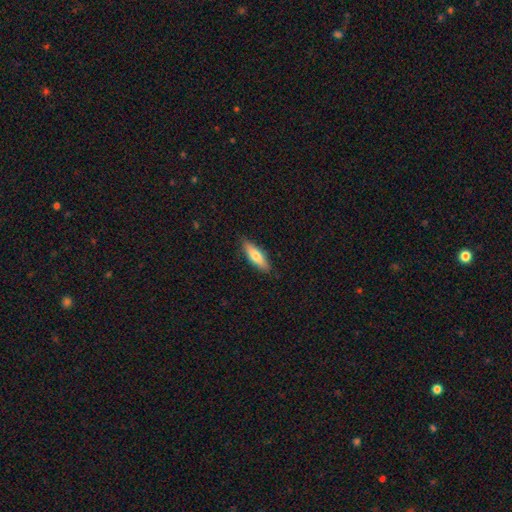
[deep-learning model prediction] Smooth or featured: smooth — 72% (featured or disk — 23%)
How rounded: cigar-shaped — 56% (in between — 42%)
Merging: none — 87% (minor disturbance — 10%)